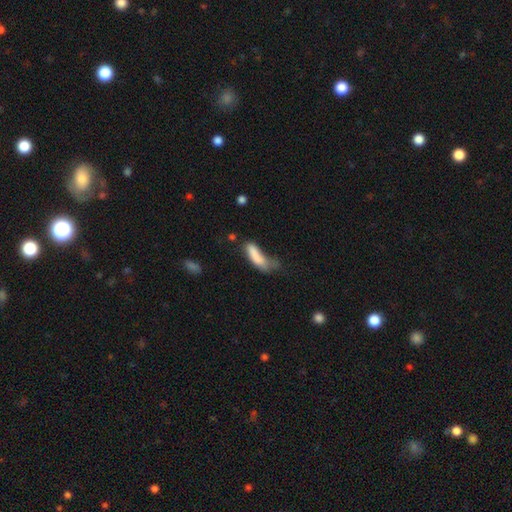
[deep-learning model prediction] The model was most divided on "how rounded": in between: 50%, cigar-shaped: 48%, round: 2%. Remaining: smooth or featured — smooth (79%); merging — major disturbance (37%).